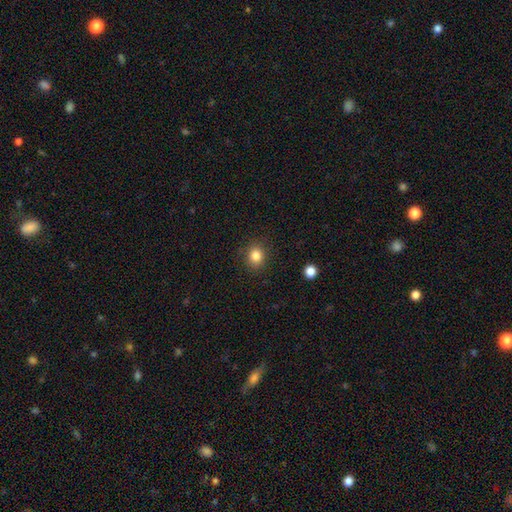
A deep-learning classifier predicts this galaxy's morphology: This appears to be a smooth galaxy with no disk features (84%) that is round (70%). Merging: none (88%).